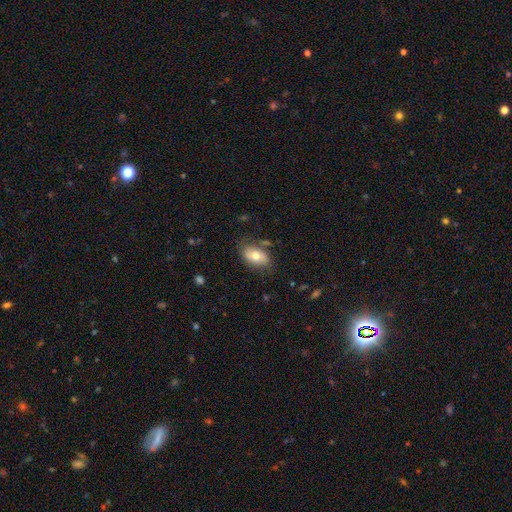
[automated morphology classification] smooth_or_featured: smooth (p=0.68) [alt: featured or disk p=0.25]
how_rounded: in between (p=0.90) [alt: round p=0.08]
merging: none (p=0.74) [alt: minor disturbance p=0.18]